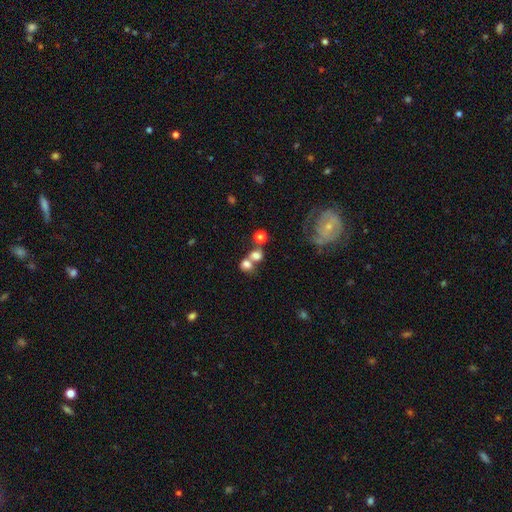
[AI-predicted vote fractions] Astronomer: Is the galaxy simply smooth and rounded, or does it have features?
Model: smooth — 71%.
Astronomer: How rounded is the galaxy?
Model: round — 65%.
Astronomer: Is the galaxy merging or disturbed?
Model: merger — 51% (runner-up: none, 33%).